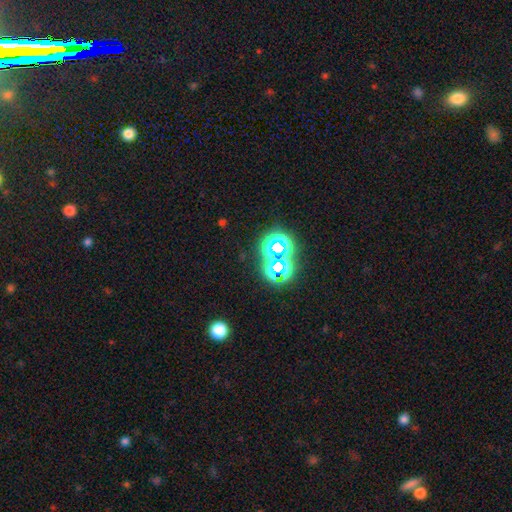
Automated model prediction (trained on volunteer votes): Overall: star or artifact (59%; smooth 31%).